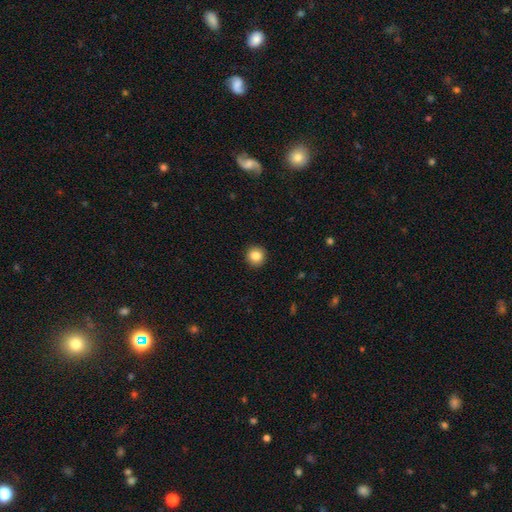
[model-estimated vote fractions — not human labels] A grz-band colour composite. It shows a smooth galaxy with no disk features (85%) that is round (95%). Merging: none (93%).